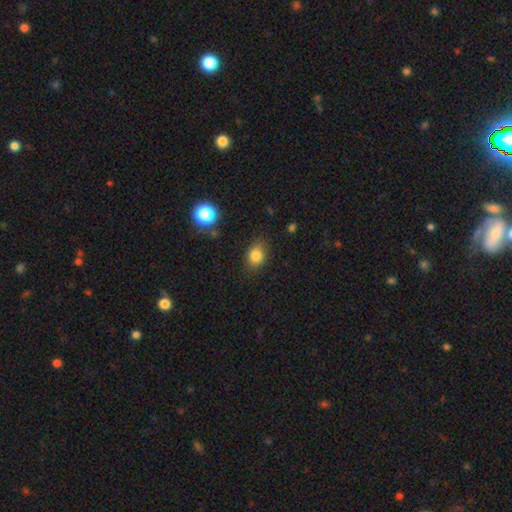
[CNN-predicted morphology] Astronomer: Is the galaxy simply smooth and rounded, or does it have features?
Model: smooth — 83%.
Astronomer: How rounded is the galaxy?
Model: in between — 64%.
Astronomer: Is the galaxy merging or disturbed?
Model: none — 83%.